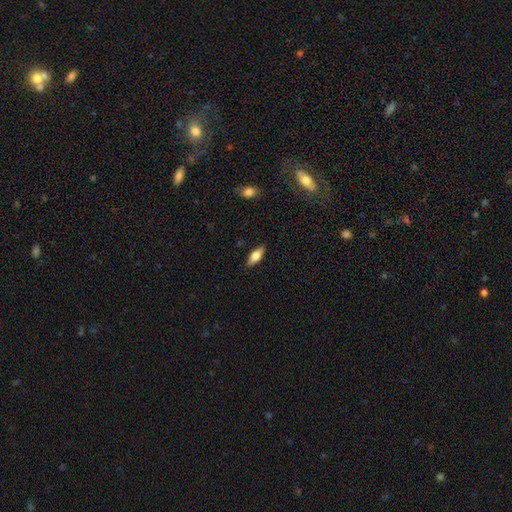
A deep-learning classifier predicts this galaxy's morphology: A smooth galaxy with no disk features (62%) that is in between round and cigar-shaped (75%).

Vote fractions:
- Smooth or featured? smooth: 62% / featured or disk: 31% / star or artifact: 7%
- How rounded? in between: 75% / cigar-shaped: 22% / round: 3%
- Merging? none: 86% / minor disturbance: 10% / major disturbance: 2% / merger: 1%